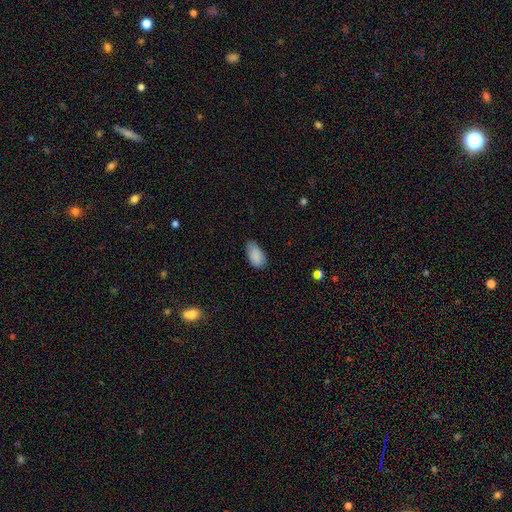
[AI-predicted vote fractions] smooth_or_featured: smooth (p=0.89) [alt: star or artifact p=0.07]
how_rounded: in between (p=0.95) [alt: round p=0.03]
merging: none (p=0.71) [alt: minor disturbance p=0.24]